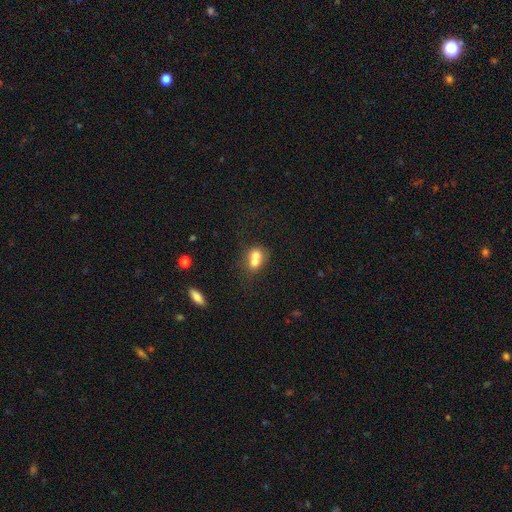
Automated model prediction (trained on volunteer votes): A smooth galaxy with no disk features (65%) that is round (53%).

Vote fractions:
- Smooth or featured? smooth: 65% / featured or disk: 24% / star or artifact: 10%
- How rounded? round: 53% / in between: 46% / cigar-shaped: 2%
- Merging? merger: 70% / none: 21% / minor disturbance: 6% / major disturbance: 3%